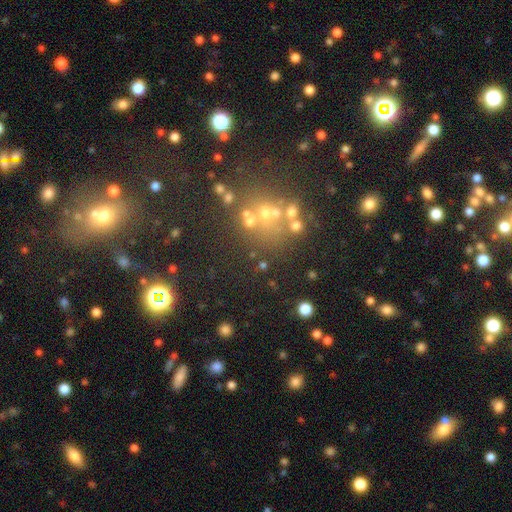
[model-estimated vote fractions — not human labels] smooth_or_featured: star or artifact (p=0.57) [alt: smooth p=0.30]